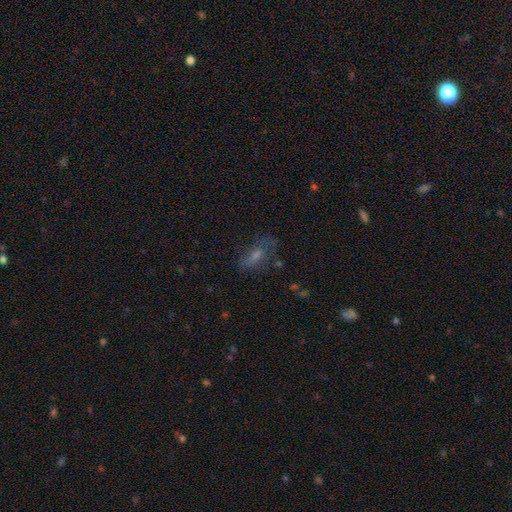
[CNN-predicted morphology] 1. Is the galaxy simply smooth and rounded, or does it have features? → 58% smooth, 26% featured or disk, 16% star or artifact.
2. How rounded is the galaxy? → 74% in between, 20% cigar-shaped, 6% round.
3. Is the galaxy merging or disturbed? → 49% none, 25% minor disturbance, 21% major disturbance, 4% merger.